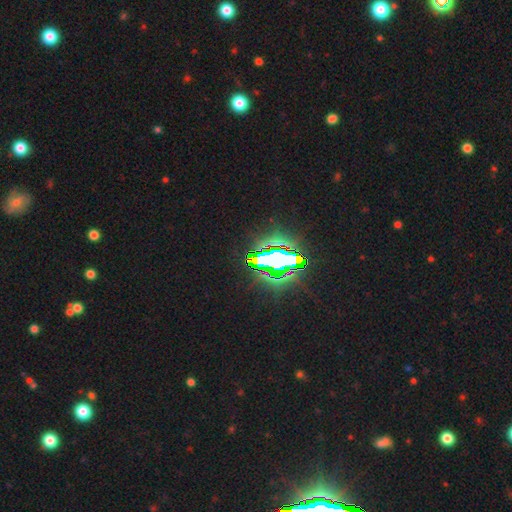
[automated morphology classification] Q: Smooth or featured?
A: star or artifact (85%); runner-up: smooth (8%)